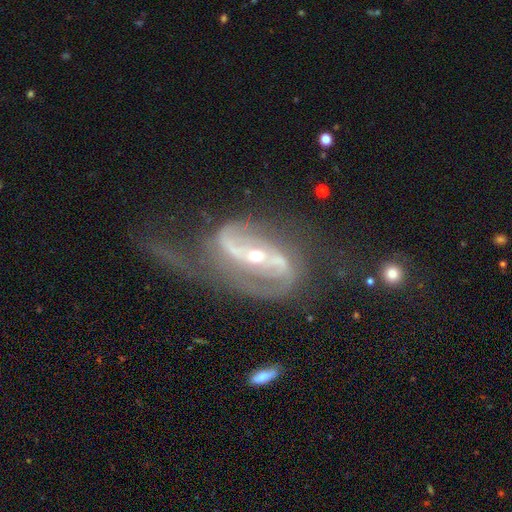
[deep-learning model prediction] smooth-or-featured: featured or disk: 90% | star or artifact: 6% | smooth: 4%
  disk-edge-on: no: 96% | yes: 4%
    bar: strong: 55% | weak: 27% | no: 18%
    has-spiral-arms: yes: 96% | no: 4%
      spiral-winding: medium: 44% | loose: 40% | tight: 16%
      spiral-arm-count: 2: 88% | can't tell: 4% | 1: 4% | 3: 2% | 4: 1% | more than 4: 1%
    bulge-size: small: 61% | moderate: 36% | large: 2% | none: 1% | dominant: 1%
  merging: none: 37% | major disturbance: 36% | minor disturbance: 21% | merger: 6%